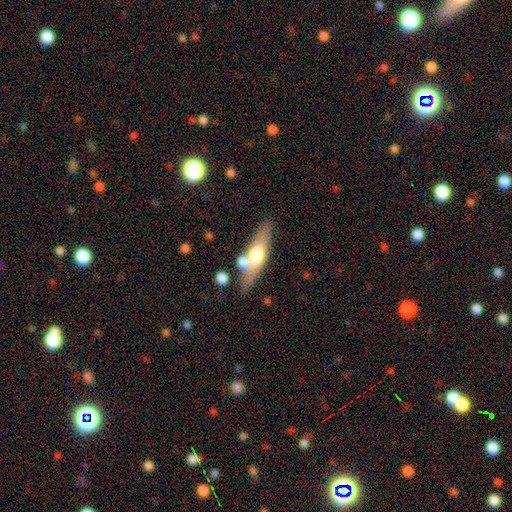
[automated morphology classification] Smooth or featured?
  - featured or disk: 48% *
  - smooth: 46%
  - star or artifact: 6%
Merging?
  - none: 65% *
  - merger: 18%
  - minor disturbance: 13%
  - major disturbance: 4%